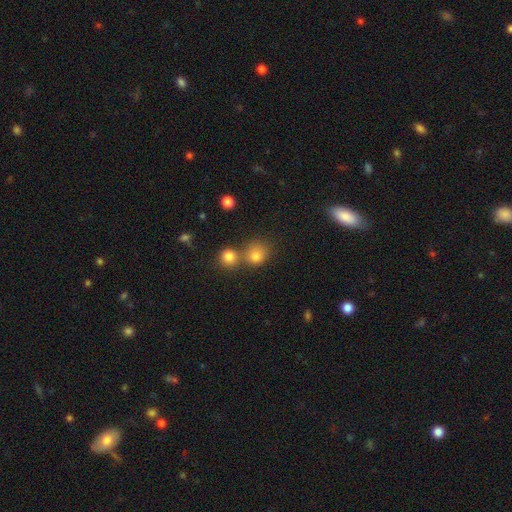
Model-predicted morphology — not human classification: A smooth galaxy with no disk features (79%) that is round (83%).

Vote fractions:
- Smooth or featured? smooth: 79% / star or artifact: 14% / featured or disk: 7%
- How rounded? round: 83% / in between: 16% / cigar-shaped: 1%
- Merging? none: 54% / merger: 33% / minor disturbance: 9% / major disturbance: 4%